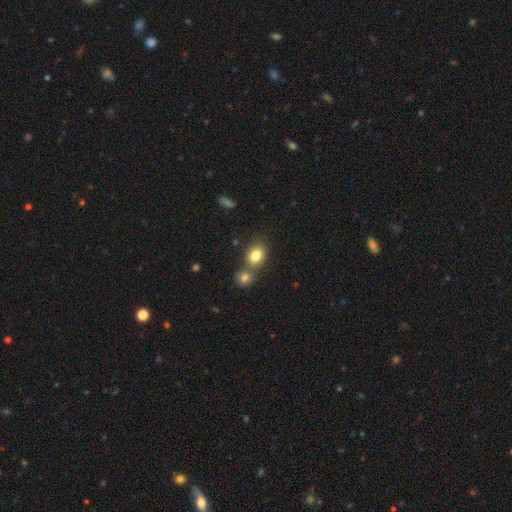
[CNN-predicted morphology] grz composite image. It shows a smooth galaxy with no disk features (81%) that is in between round and cigar-shaped (63%). Merging: none (51%).